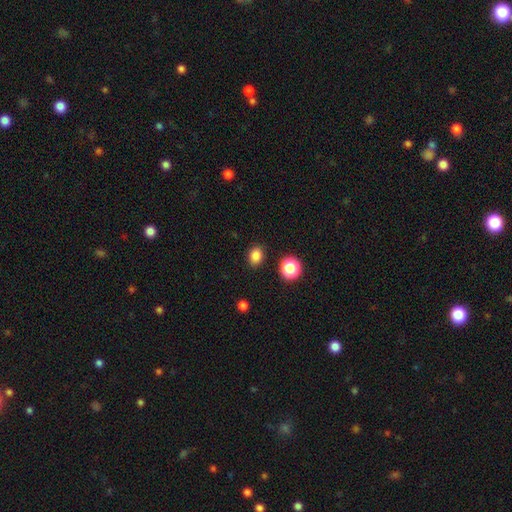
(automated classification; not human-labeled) This is clearly a smooth galaxy (84%). How rounded: possibly in between (55%). Merging: clearly none (88%).